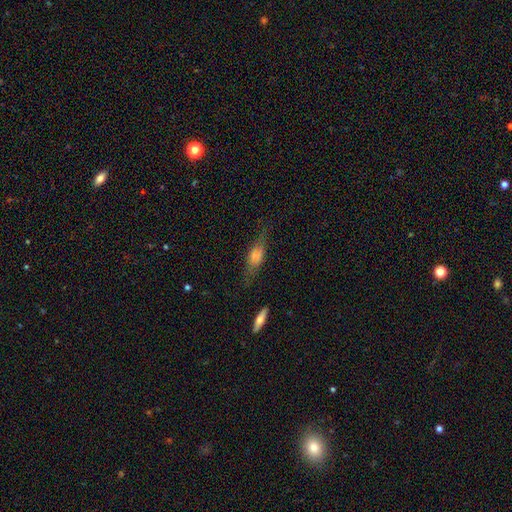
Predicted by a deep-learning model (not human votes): smooth 57%, featured or disk 35%, star or artifact 8%. Down the decision tree: how rounded — in between (57%); merging — none (66%).